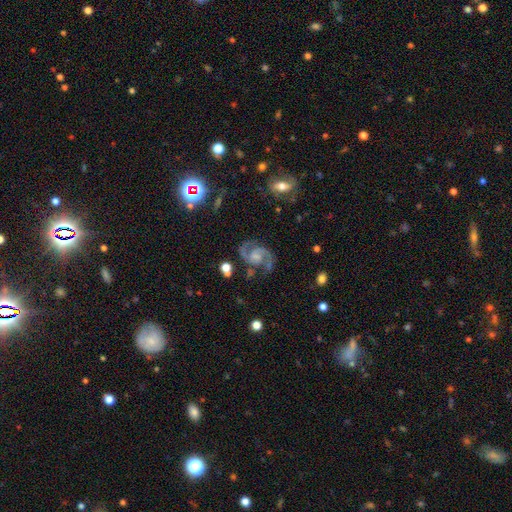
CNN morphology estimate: smooth_or_featured: featured or disk (p=0.91) [alt: star or artifact p=0.05]
disk_edge_on: no (p=0.98) [alt: yes p=0.02]
bar: no (p=0.48) [alt: weak p=0.42]
has_spiral_arms: yes (p=0.98) [alt: no p=0.02]
spiral_winding: medium (p=0.64) [alt: loose p=0.20]
spiral_arm_count: 2 (p=0.94) [alt: can't tell p=0.02]
bulge_size: small (p=0.32) [alt: none p=0.31]
merging: none (p=0.73) [alt: minor disturbance p=0.16]